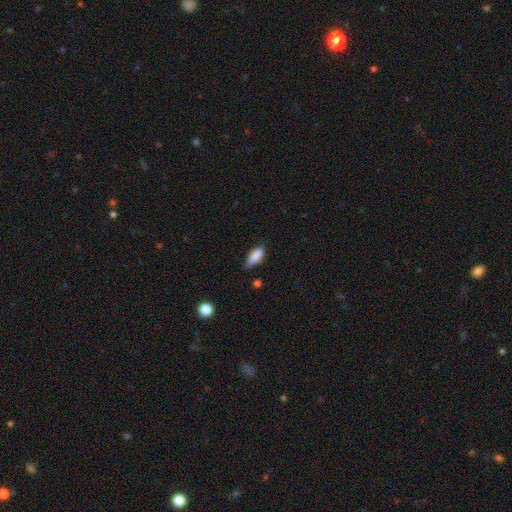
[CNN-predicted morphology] smooth 85%, featured or disk 8%, star or artifact 7%. Down the decision tree: how rounded — in between (77%); merging — none (63%).